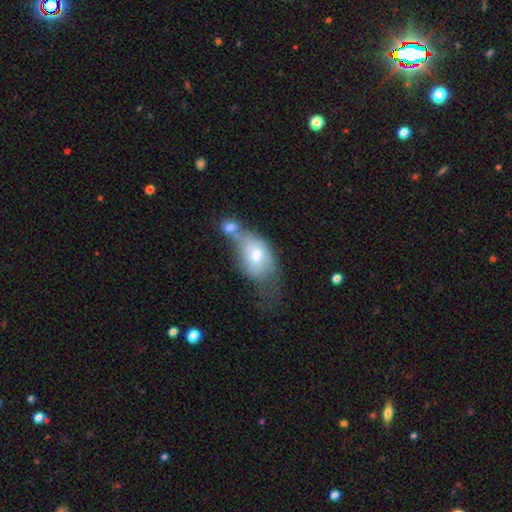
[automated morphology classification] Smooth or featured? smooth (63%)
How rounded? in between (85%)
Merging? merger (45%)